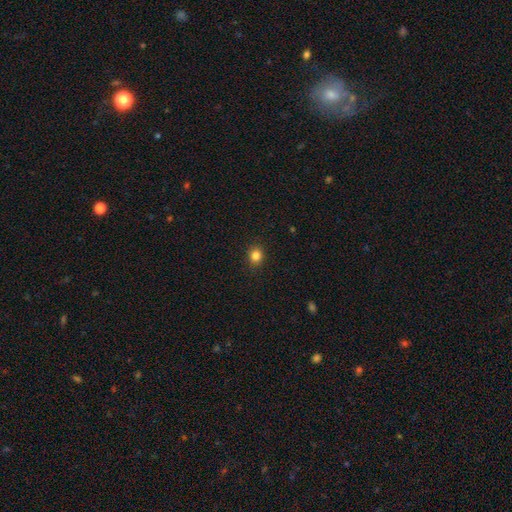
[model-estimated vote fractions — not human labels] Smooth or featured? smooth (83%)
How rounded? round (73%)
Merging? none (91%)